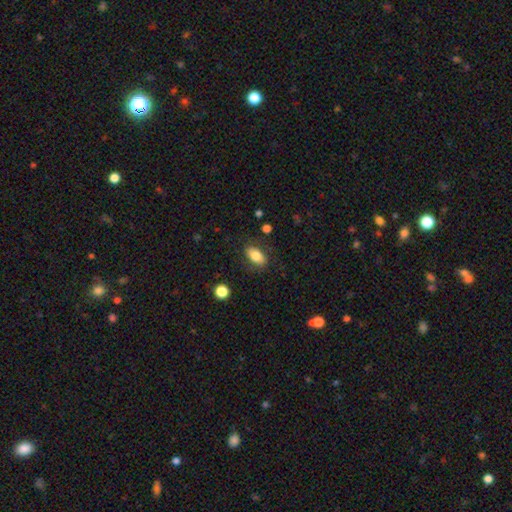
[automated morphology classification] The model was most divided on "merging": none: 81%, minor disturbance: 13%, major disturbance: 4%, merger: 2%. More confident: how rounded — in between (90%); smooth or featured — smooth (80%).